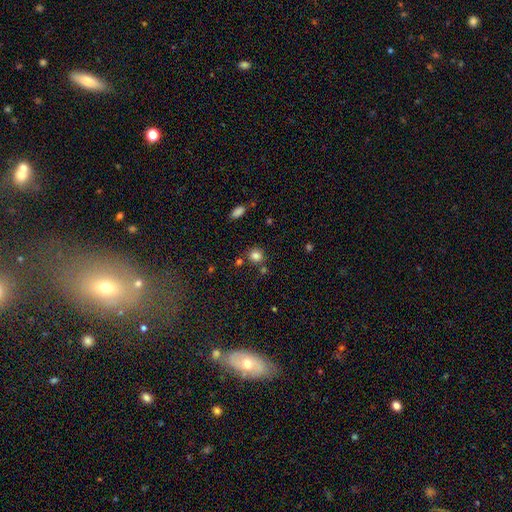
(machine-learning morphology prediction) type=smooth (82%); roundness=round (84%); merging=none (76%).